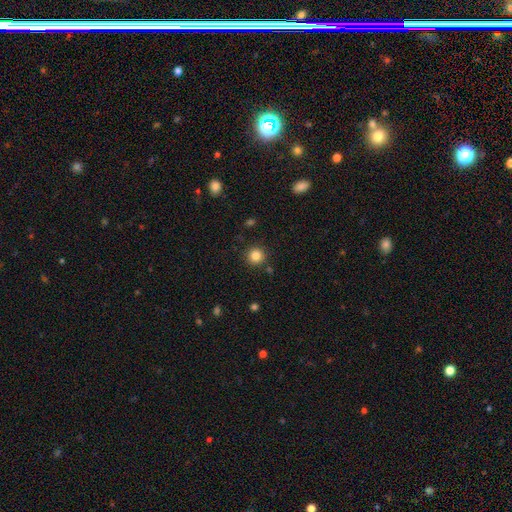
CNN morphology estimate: smooth 84%, star or artifact 11%, featured or disk 5%. Down the decision tree: how rounded — round (94%); merging — none (88%).